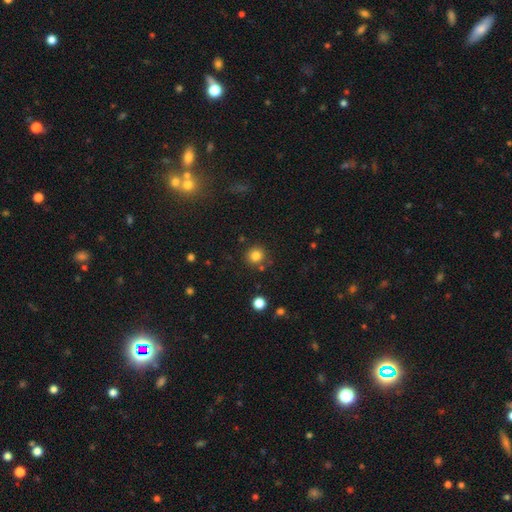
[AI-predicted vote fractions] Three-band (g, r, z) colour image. It shows a smooth galaxy with no disk features (82%) that is round (91%). Merging: none (83%).